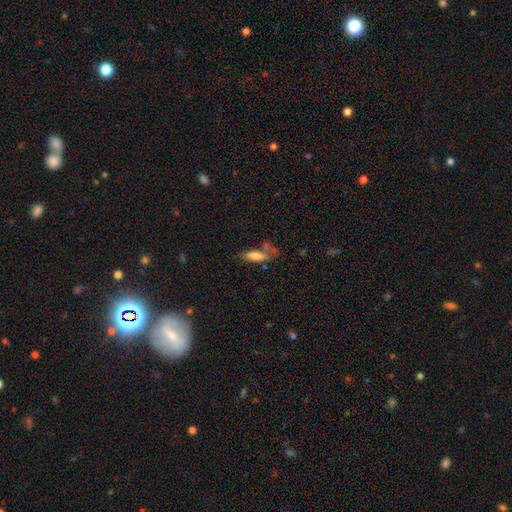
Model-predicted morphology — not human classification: Overall: smooth (76%). How rounded: in between (50%; cigar-shaped 47%). Merging: none (44%; merger 22%).